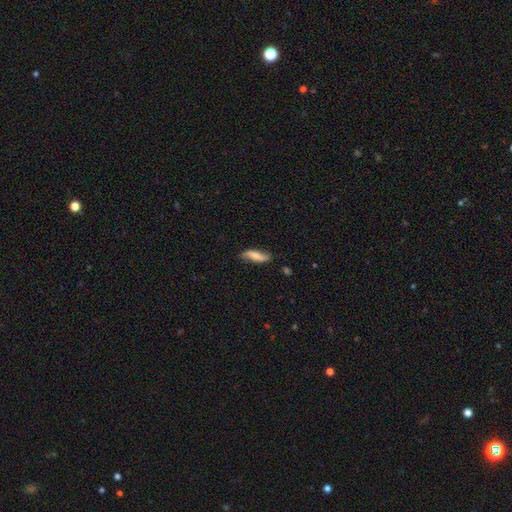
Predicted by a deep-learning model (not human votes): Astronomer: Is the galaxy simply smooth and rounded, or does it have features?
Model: smooth — 53% (runner-up: featured or disk, 40%).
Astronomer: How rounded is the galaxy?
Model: cigar-shaped — 51% (runner-up: in between, 46%).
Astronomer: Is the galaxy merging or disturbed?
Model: none — 75%.